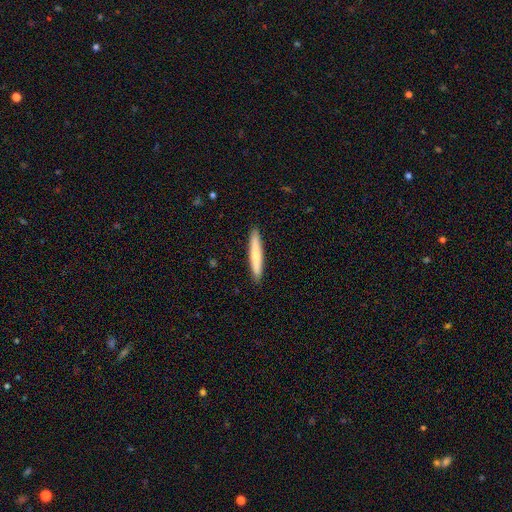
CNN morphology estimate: Smooth or featured?
  - smooth: 63% *
  - featured or disk: 32%
  - star or artifact: 5%
How rounded?
  - cigar-shaped: 94% *
  - in between: 5%
  - round: 1%
Merging?
  - none: 92% *
  - minor disturbance: 6%
  - major disturbance: 1%
  - merger: 1%